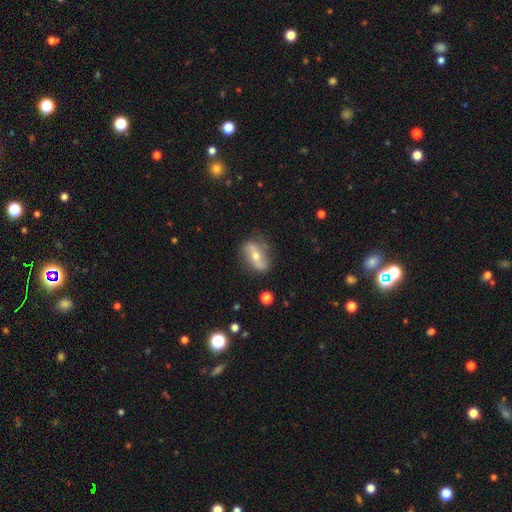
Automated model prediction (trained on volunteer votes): smooth_or_featured: featured or disk (p=0.63) [alt: smooth p=0.28]
disk_edge_on: no (p=0.82) [alt: yes p=0.18]
bar: strong (p=0.43) [alt: no p=0.33]
has_spiral_arms: yes (p=0.72) [alt: no p=0.28]
bulge_size: moderate (p=0.54) [alt: small p=0.41]
merging: none (p=0.78) [alt: minor disturbance p=0.16]